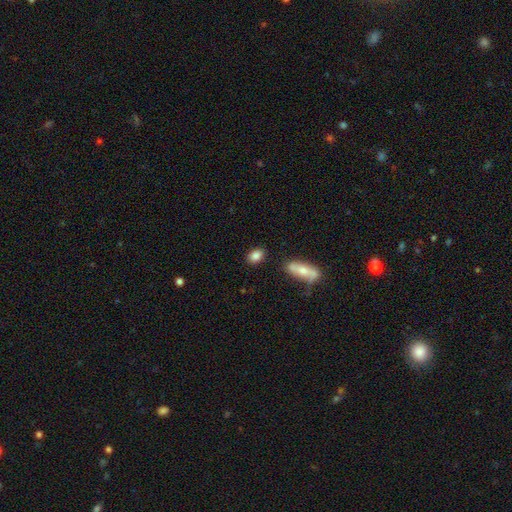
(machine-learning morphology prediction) This is clearly a smooth galaxy (86%). How rounded: likely in between (77%). Merging: clearly none (83%).